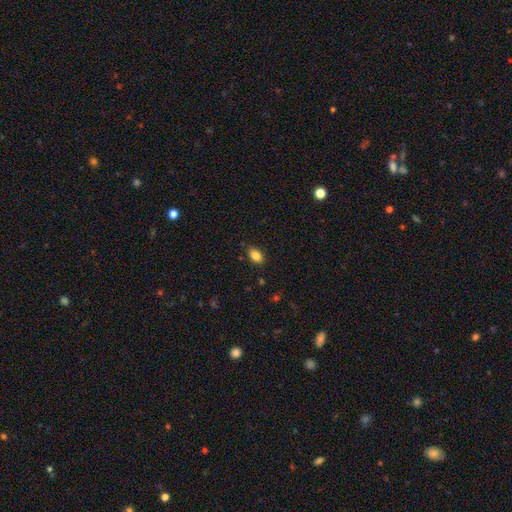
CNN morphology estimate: Smooth or featured? Predicted: smooth (p=0.84). How rounded? Predicted: in between (p=0.87). Merging? Predicted: none (p=0.85).